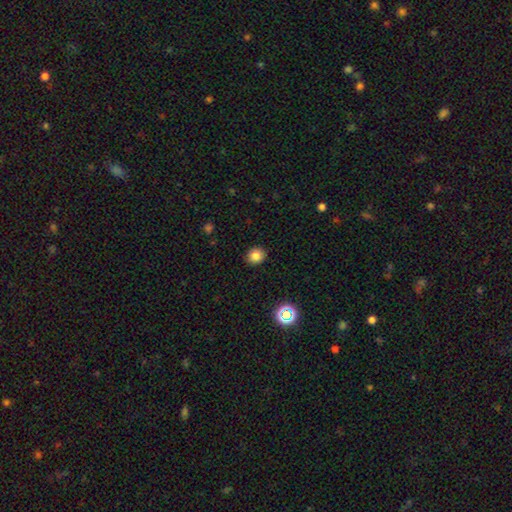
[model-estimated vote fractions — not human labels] Smooth or featured?
  - smooth: 81% *
  - star or artifact: 13%
  - featured or disk: 6%
How rounded?
  - round: 80% *
  - in between: 19%
  - cigar-shaped: 1%
Merging?
  - none: 90% *
  - minor disturbance: 7%
  - major disturbance: 2%
  - merger: 1%